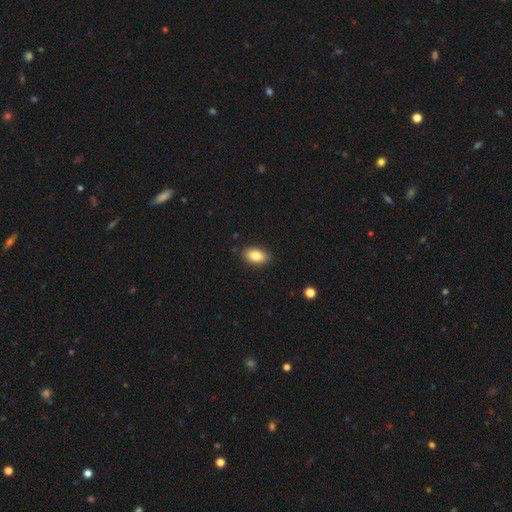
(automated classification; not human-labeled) A smooth galaxy with no disk features (84%) that is in between round and cigar-shaped (92%).

Vote fractions:
- Smooth or featured? smooth: 84% / featured or disk: 8% / star or artifact: 7%
- How rounded? in between: 92% / round: 6% / cigar-shaped: 2%
- Merging? none: 88% / minor disturbance: 9% / major disturbance: 2% / merger: 1%